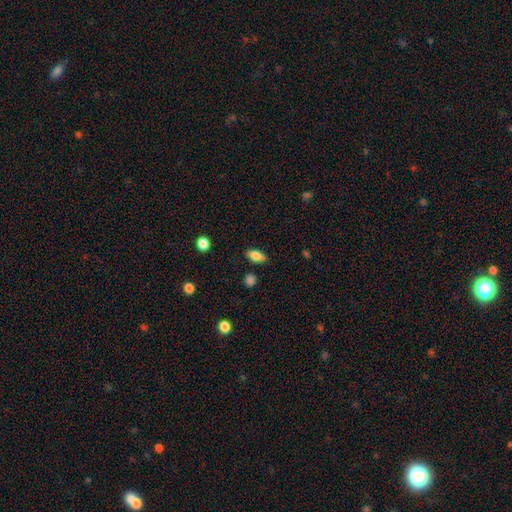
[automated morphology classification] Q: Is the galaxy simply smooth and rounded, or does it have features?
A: smooth — 81%.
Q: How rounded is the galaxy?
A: in between — 85%.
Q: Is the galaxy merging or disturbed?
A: none — 84%.